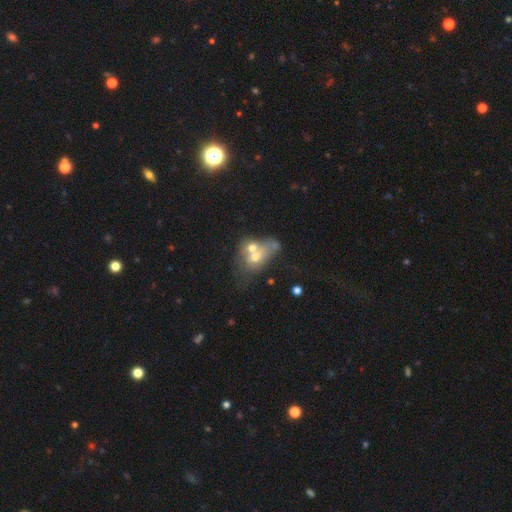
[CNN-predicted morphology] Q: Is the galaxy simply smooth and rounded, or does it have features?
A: smooth — 49%.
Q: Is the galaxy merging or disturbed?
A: merger — 62%.